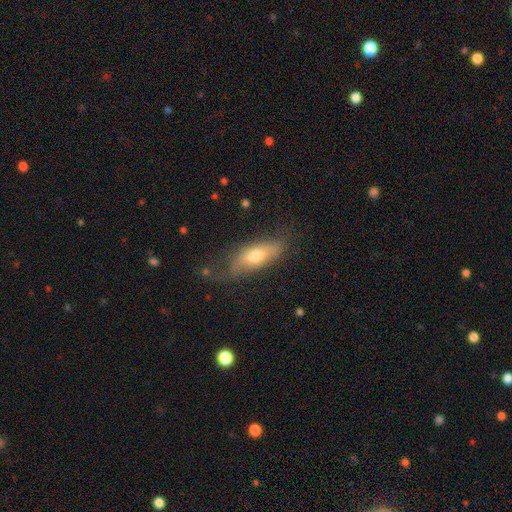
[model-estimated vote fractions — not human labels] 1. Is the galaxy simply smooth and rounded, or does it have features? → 57% smooth, 36% featured or disk, 7% star or artifact.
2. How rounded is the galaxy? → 64% in between, 33% cigar-shaped, 3% round.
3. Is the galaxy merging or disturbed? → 57% none, 28% minor disturbance, 13% major disturbance, 2% merger.